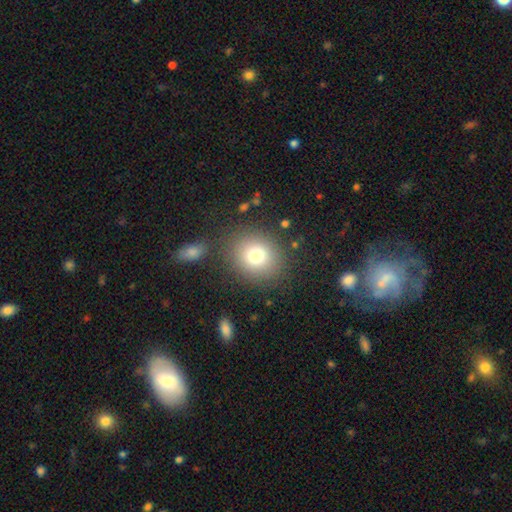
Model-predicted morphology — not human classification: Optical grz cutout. It shows a smooth galaxy with no disk features (77%) that is round (77%). Merging: none (82%).